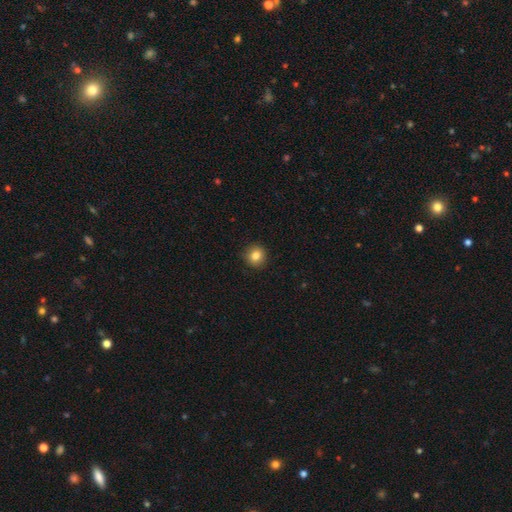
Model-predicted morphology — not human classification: smooth_or_featured: smooth (p=0.84) [alt: star or artifact p=0.10]
how_rounded: round (p=0.92) [alt: in between p=0.07]
merging: none (p=0.91) [alt: minor disturbance p=0.07]